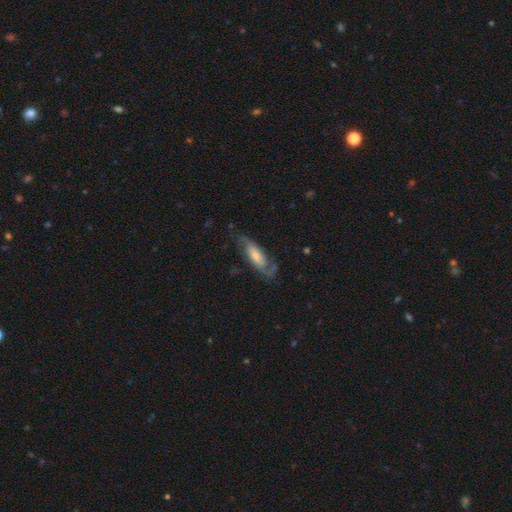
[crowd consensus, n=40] smooth_or_featured: featured or disk (p=0.82) [alt: smooth p=0.15]
disk_edge_on: no (p=0.88) [alt: yes p=0.12]
bar: no (p=0.66) [alt: weak p=0.21]
has_spiral_arms: yes (p=0.97) [alt: no p=0.03]
spiral_winding: medium (p=0.54) [alt: tight p=0.29]
spiral_arm_count: 2 (p=0.82) [alt: 3 p=0.07]
bulge_size: moderate (p=0.41) [alt: small p=0.38]
merging: none (p=0.72) [alt: minor disturbance p=0.15]